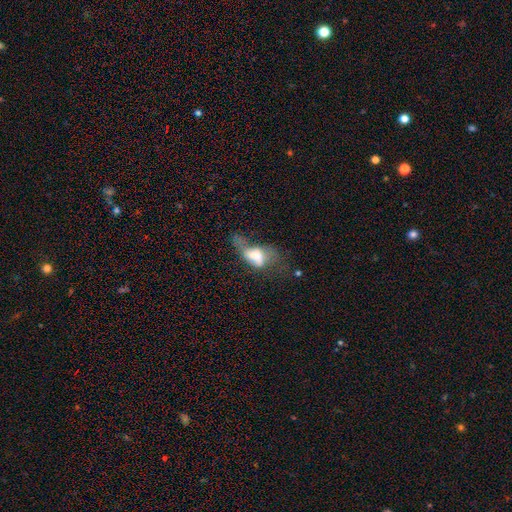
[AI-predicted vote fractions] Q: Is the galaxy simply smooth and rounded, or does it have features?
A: smooth — 51%.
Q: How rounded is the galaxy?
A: in between — 84%.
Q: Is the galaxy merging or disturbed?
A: major disturbance — 51%.